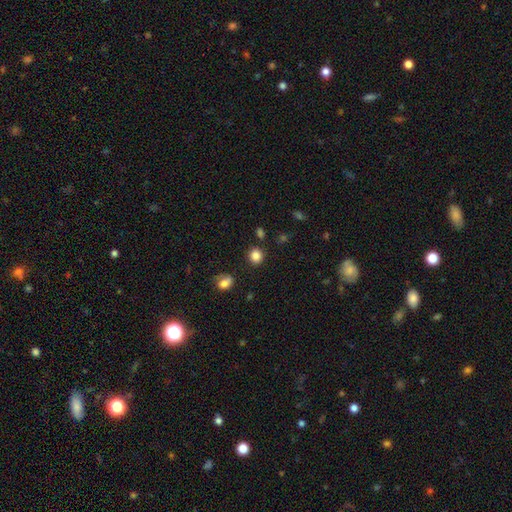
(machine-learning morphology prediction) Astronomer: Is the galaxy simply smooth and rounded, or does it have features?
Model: smooth — 84%.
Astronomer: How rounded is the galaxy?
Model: round — 87%.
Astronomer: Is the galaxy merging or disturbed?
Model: none — 86%.